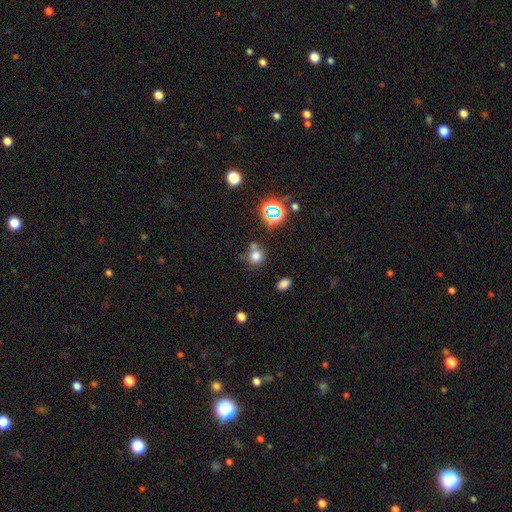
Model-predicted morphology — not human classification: smooth_or_featured: smooth (p=0.71) [alt: star or artifact p=0.20]
how_rounded: round (p=0.84) [alt: in between p=0.15]
merging: none (p=0.60) [alt: merger p=0.20]